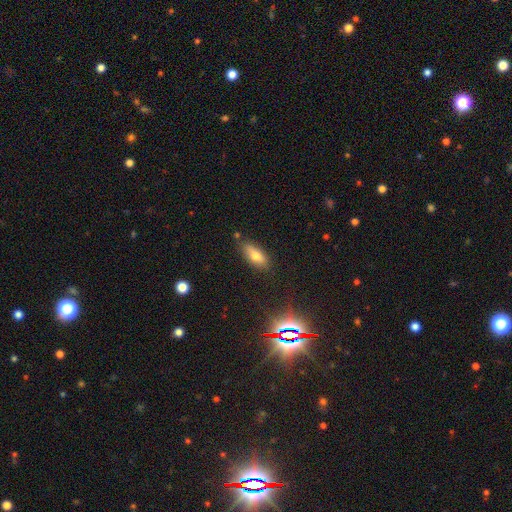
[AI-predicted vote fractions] This appears to be a smooth galaxy with no disk features (70%) that is in between round and cigar-shaped (73%). Merging: none (79%).